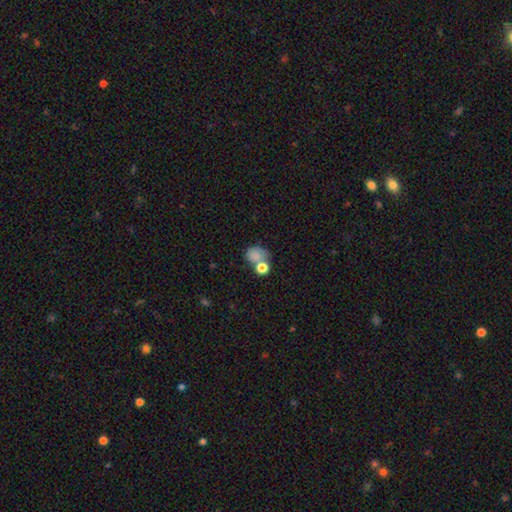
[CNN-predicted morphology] Smooth or featured: smooth — 77% (star or artifact — 12%)
How rounded: round — 61% (in between — 38%)
Merging: merger — 39% (tied with none — 39%)